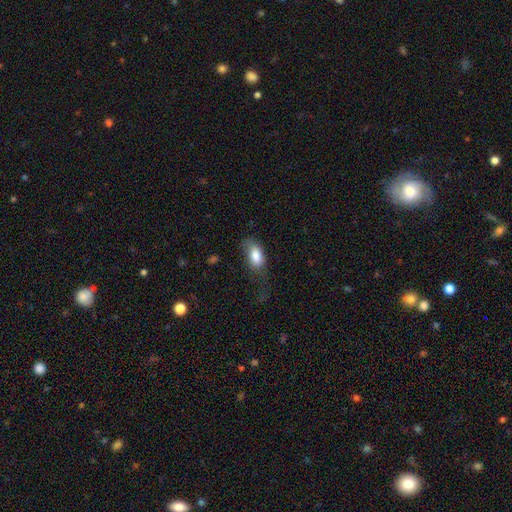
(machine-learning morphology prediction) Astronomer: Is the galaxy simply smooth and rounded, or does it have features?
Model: smooth — 81%.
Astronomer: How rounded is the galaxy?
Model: in between — 92%.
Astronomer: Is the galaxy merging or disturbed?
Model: none — 41% (runner-up: major disturbance, 29%).